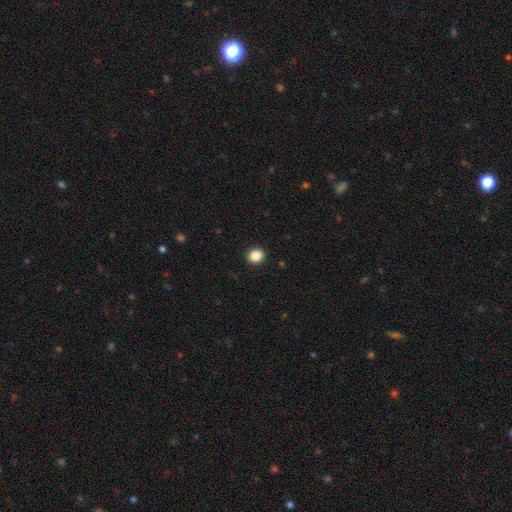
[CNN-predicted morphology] The model was most divided on "how rounded": round: 81%, in between: 18%, cigar-shaped: 1%. More confident: merging — none (93%); smooth or featured — smooth (87%).